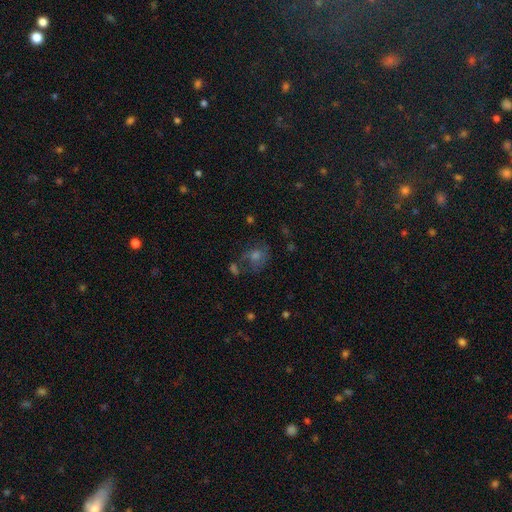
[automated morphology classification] This is marginally a smooth galaxy (41%). Merging: possibly none (58%).